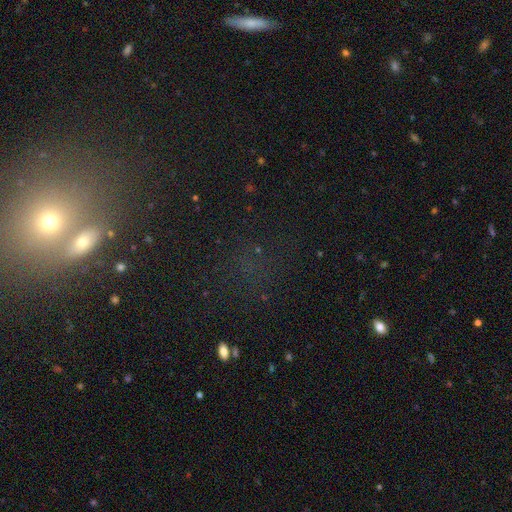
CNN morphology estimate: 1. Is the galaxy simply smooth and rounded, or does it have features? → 48% star or artifact, 33% smooth, 19% featured or disk.